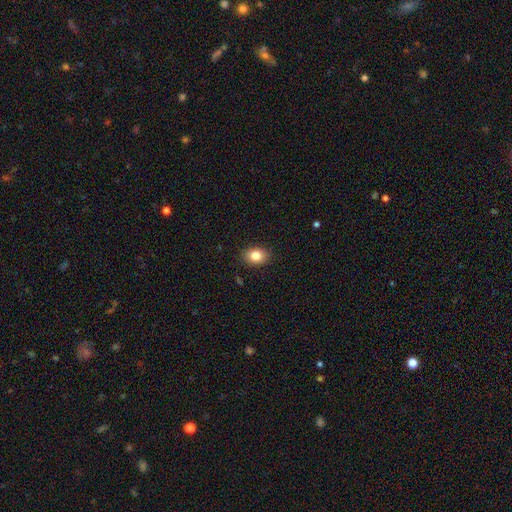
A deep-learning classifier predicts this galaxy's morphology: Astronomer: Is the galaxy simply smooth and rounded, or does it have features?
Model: smooth — 83%.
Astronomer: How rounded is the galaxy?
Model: in between — 71%.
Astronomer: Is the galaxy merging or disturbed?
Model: none — 88%.